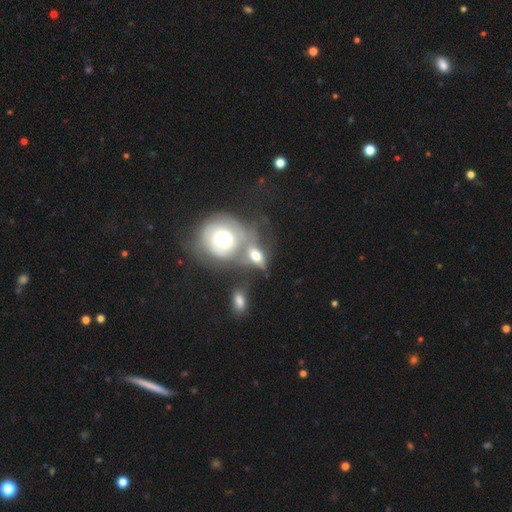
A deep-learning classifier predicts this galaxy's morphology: Smooth or featured? smooth (52%)
How rounded? in between (63%)
Merging? merger (48%)